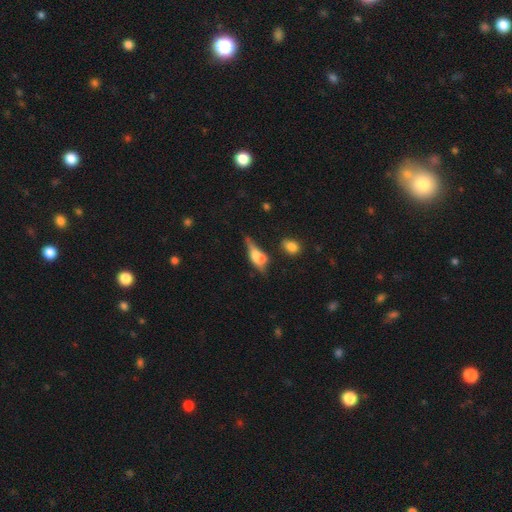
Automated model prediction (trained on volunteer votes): A featured or disk galaxy (47%). Merging: none (44%).